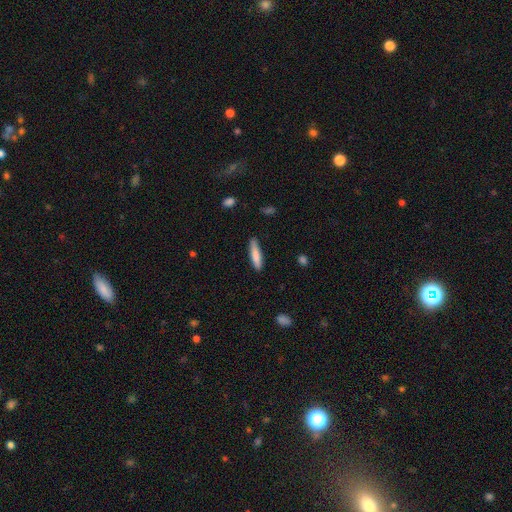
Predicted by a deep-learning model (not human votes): Q: Smooth or featured?
A: smooth (80%); runner-up: featured or disk (14%)
Q: How rounded?
A: cigar-shaped (83%); runner-up: in between (16%)
Q: Merging?
A: none (84%); runner-up: minor disturbance (12%)